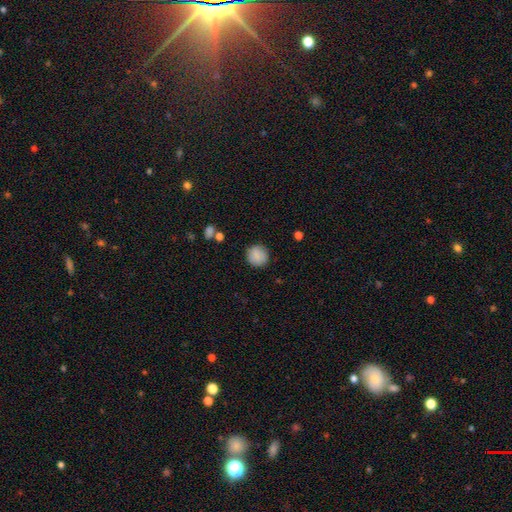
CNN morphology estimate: Smooth or featured? Predicted: smooth (p=0.87). How rounded? Predicted: round (p=0.91). Merging? Predicted: none (p=0.87).